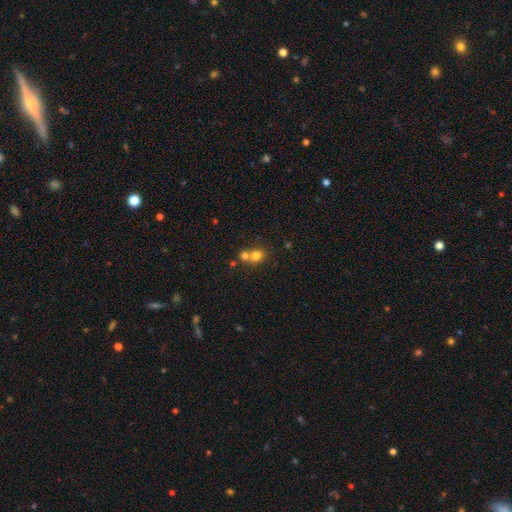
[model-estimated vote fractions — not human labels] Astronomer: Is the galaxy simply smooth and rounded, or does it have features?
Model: smooth — 76%.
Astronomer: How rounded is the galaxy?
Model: round — 80%.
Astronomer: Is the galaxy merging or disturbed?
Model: merger — 51% (runner-up: none, 40%).